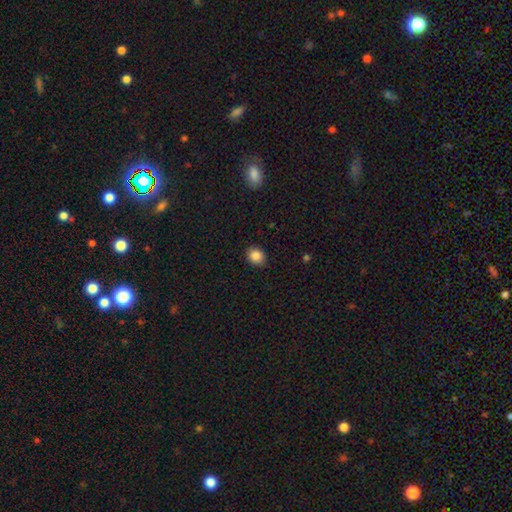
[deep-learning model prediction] Smooth or featured? smooth (87%)
How rounded? round (66%)
Merging? none (87%)